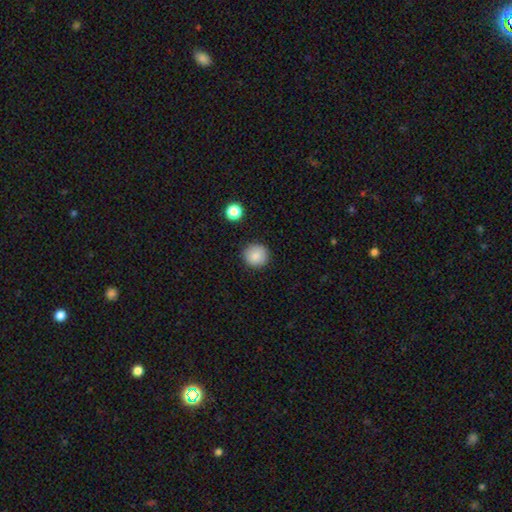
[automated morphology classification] Smooth or featured?
  - smooth: 87% *
  - star or artifact: 9%
  - featured or disk: 4%
How rounded?
  - round: 94% *
  - in between: 5%
  - cigar-shaped: 1%
Merging?
  - none: 90% *
  - minor disturbance: 6%
  - major disturbance: 2%
  - merger: 1%